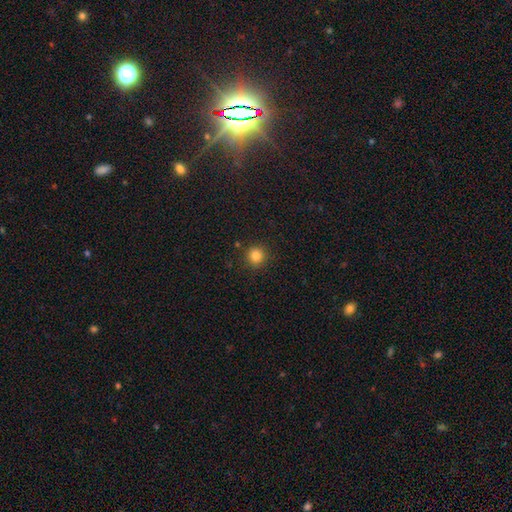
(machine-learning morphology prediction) This appears to be a smooth galaxy with no disk features (83%) that is round (93%). Merging: none (89%).